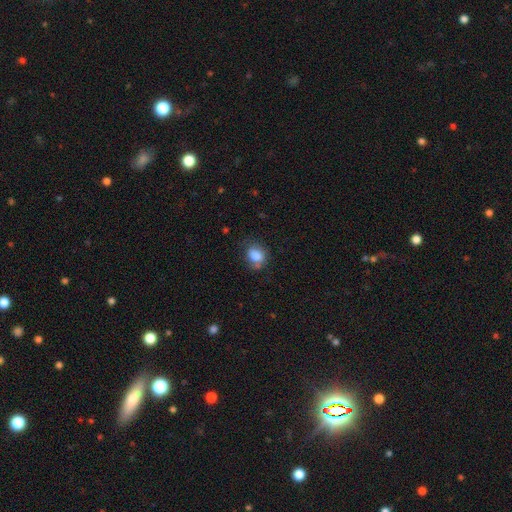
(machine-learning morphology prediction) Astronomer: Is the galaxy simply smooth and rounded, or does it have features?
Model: smooth — 83%.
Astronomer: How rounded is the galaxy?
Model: round — 51% (runner-up: in between, 48%).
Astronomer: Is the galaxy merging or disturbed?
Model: none — 62%.